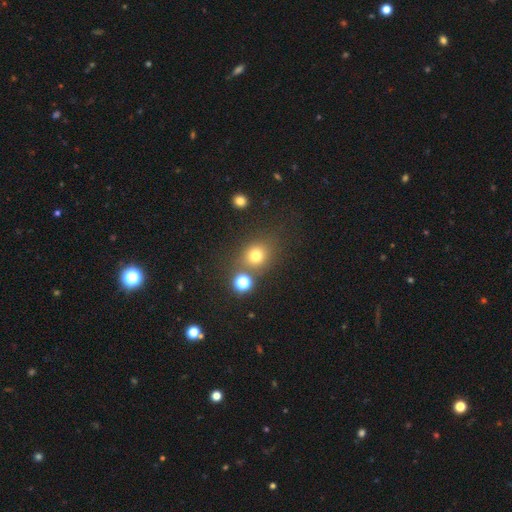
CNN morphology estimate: Q: Smooth or featured?
A: smooth (73%); runner-up: star or artifact (19%)
Q: How rounded?
A: round (79%); runner-up: in between (20%)
Q: Merging?
A: none (73%); runner-up: merger (11%)